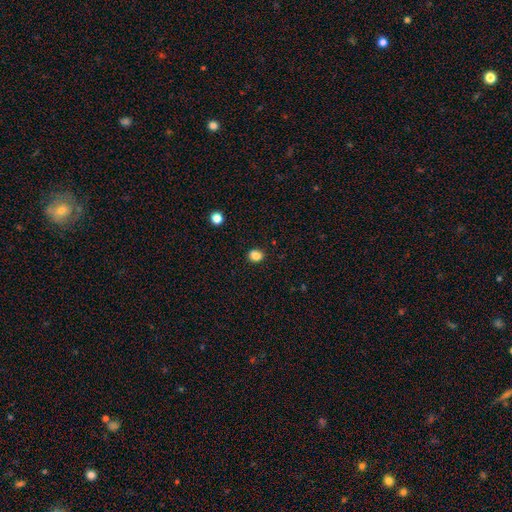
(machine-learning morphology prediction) Smooth or featured? Predicted: smooth (p=0.84). How rounded? Predicted: round (p=0.65). Merging? Predicted: none (p=0.82).